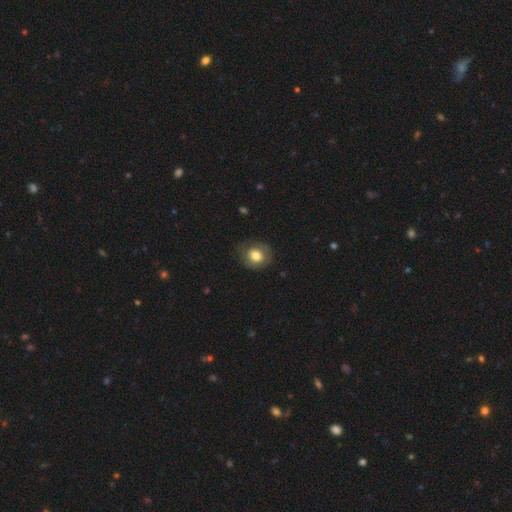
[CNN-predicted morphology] Smooth or featured?
  - smooth: 74% *
  - featured or disk: 18%
  - star or artifact: 8%
How rounded?
  - round: 75% *
  - in between: 24%
  - cigar-shaped: 1%
Merging?
  - none: 77% *
  - minor disturbance: 16%
  - major disturbance: 6%
  - merger: 1%